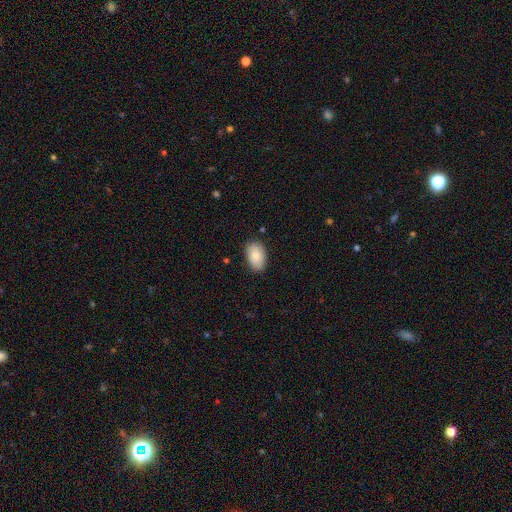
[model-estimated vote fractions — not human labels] The model was most divided on "smooth or featured": smooth: 81%, featured or disk: 12%, star or artifact: 7%. More confident: how rounded — in between (91%); merging — none (83%).